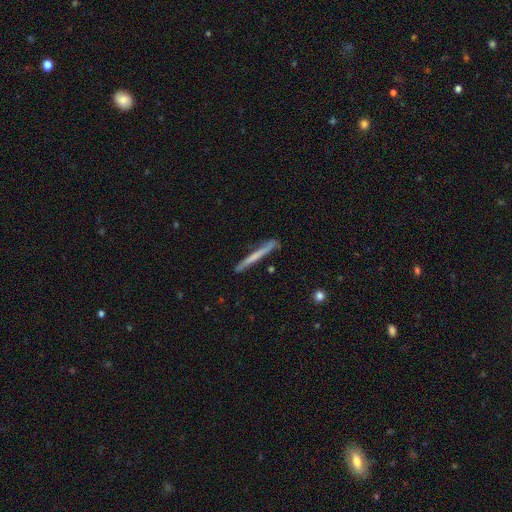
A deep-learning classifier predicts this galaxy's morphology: The model was most divided on "smooth or featured": smooth: 52%, featured or disk: 42%, star or artifact: 6%. More confident: how rounded — cigar-shaped (97%); merging — none (85%).